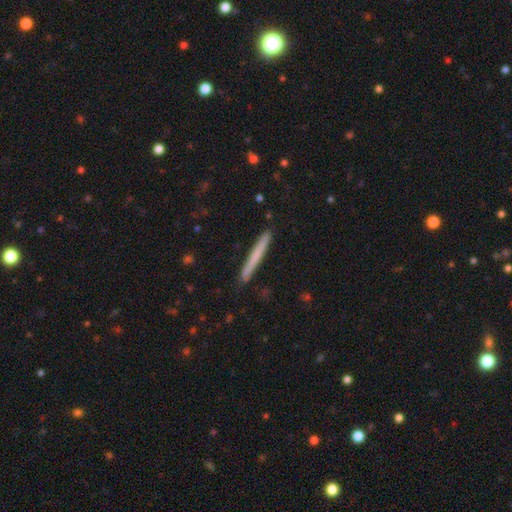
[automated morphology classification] A smooth galaxy with no disk features (65%) that is cigar-shaped (97%).

Vote fractions:
- Smooth or featured? smooth: 65% / featured or disk: 30% / star or artifact: 6%
- How rounded? cigar-shaped: 97% / in between: 2% / round: 1%
- Merging? none: 91% / minor disturbance: 6% / major disturbance: 1% / merger: 1%